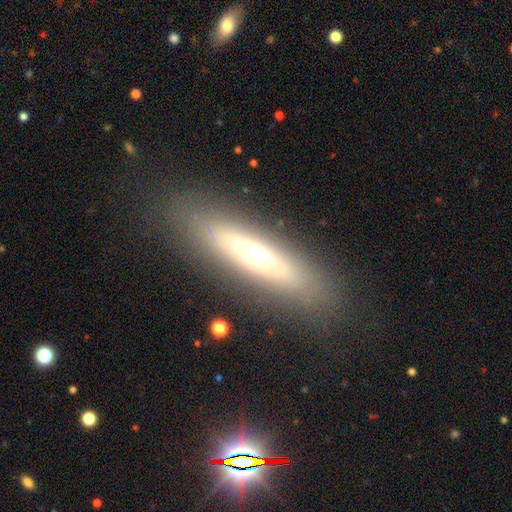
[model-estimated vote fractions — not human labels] Smooth or featured? featured or disk (49%)
Merging? none (83%)